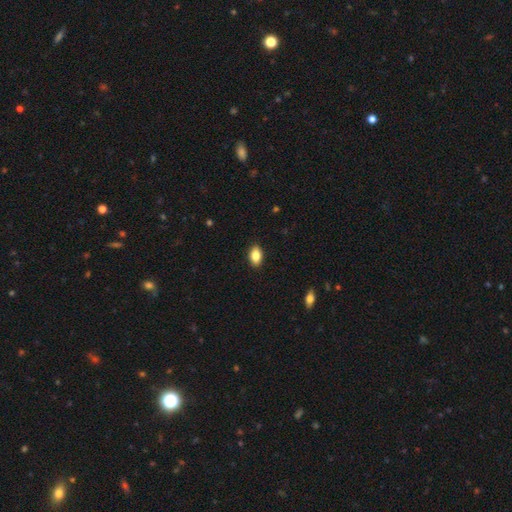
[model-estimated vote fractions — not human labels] Q: Smooth or featured?
A: smooth (86%); runner-up: star or artifact (8%)
Q: How rounded?
A: in between (88%); runner-up: round (10%)
Q: Merging?
A: none (90%); runner-up: minor disturbance (8%)